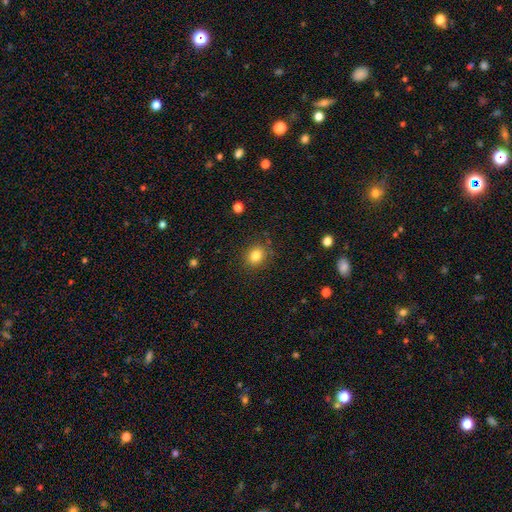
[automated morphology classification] smooth 82%, star or artifact 11%, featured or disk 6%. Down the decision tree: how rounded — round (69%); merging — none (85%).